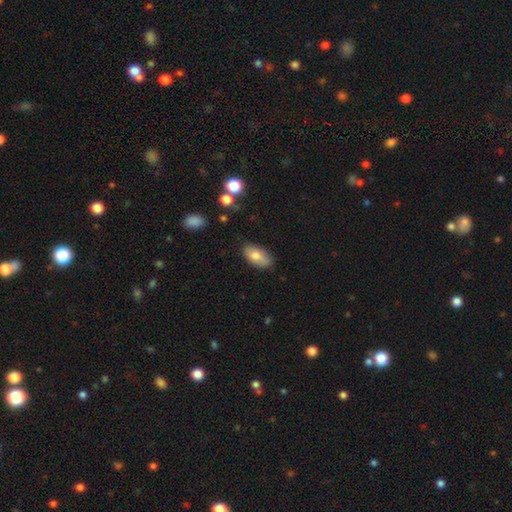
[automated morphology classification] This appears to be a smooth galaxy with no disk features (75%) that is in between round and cigar-shaped (93%). Merging: none (82%).